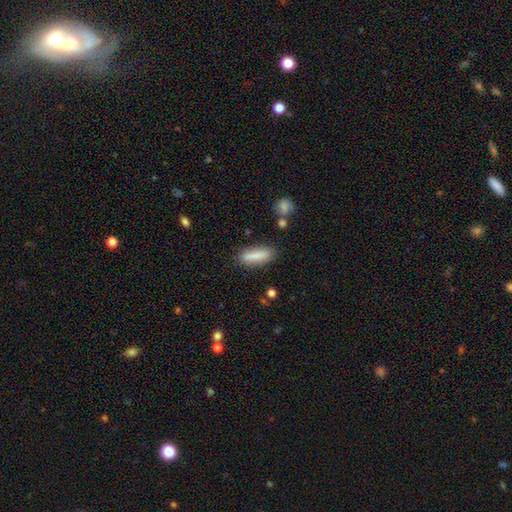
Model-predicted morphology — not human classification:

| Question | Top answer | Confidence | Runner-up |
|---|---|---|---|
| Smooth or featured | smooth | 82% | featured or disk (11%) |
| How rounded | cigar-shaped | 57% | in between (41%) |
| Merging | none | 83% | minor disturbance (11%) |